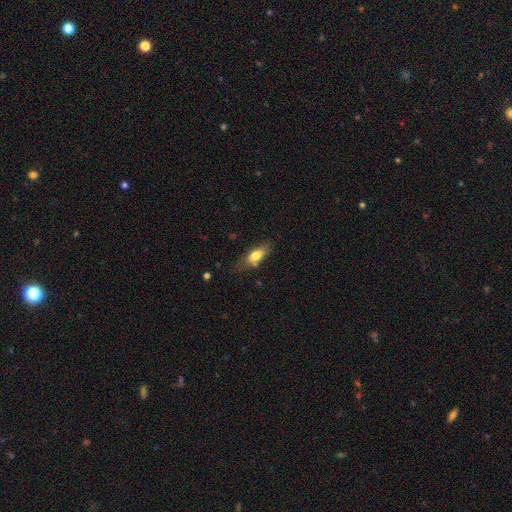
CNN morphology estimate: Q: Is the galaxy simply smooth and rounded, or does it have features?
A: smooth — 71%.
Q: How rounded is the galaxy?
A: in between — 72%.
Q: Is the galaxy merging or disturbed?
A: none — 64%.